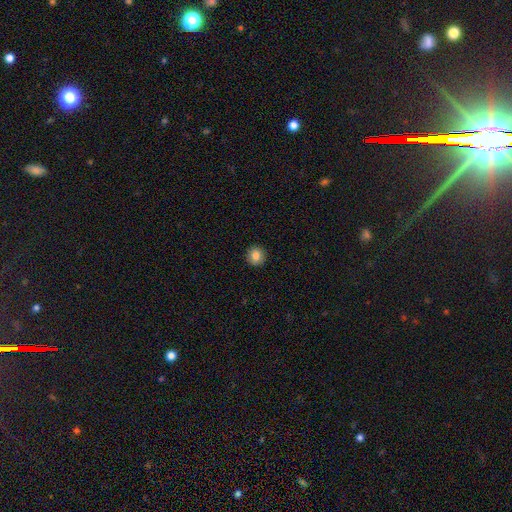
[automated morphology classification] A smooth galaxy with no disk features (85%) that is round (92%). Merging: none (92%).